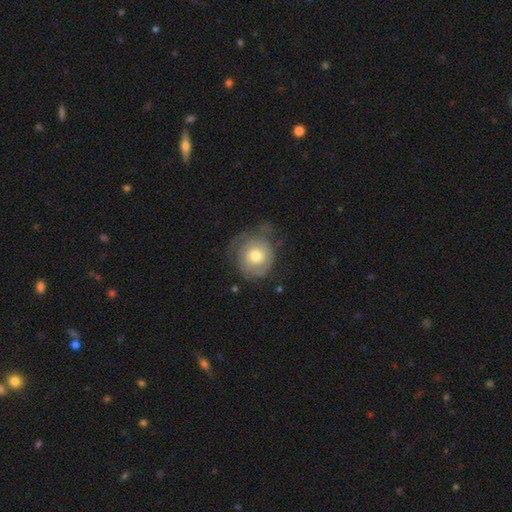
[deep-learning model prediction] Smooth or featured? featured or disk (52%)
Edge-on disk? no (96%)
Bar? no (82%)
Spiral arms? yes (75%)
Bulge size? moderate (67%)
Merging? none (53%)